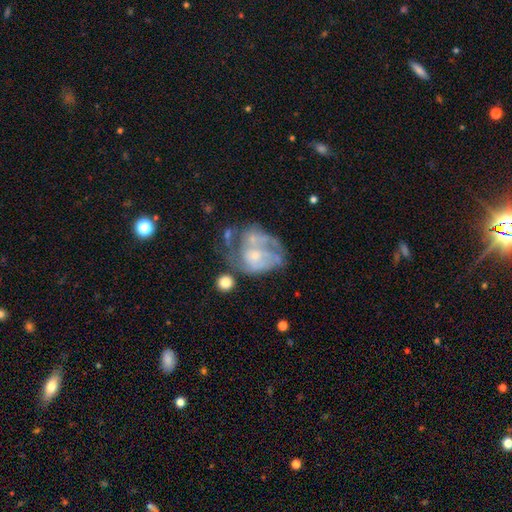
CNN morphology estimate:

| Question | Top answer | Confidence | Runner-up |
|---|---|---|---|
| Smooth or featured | featured or disk | 73% | smooth (20%) |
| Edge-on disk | no | 98% | yes (2%) |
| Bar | no | 78% | weak (19%) |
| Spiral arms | yes | 67% | no (33%) |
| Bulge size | small | 61% | moderate (26%) |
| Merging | major disturbance | 34% | none (30%) |